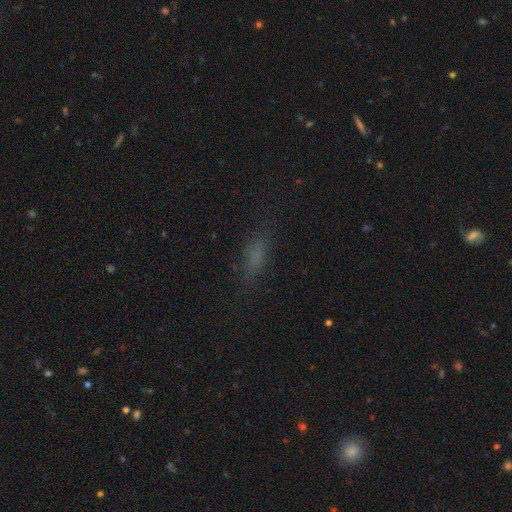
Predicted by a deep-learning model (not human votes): Smooth or featured?
  - smooth: 67% *
  - star or artifact: 19%
  - featured or disk: 14%
How rounded?
  - in between: 56% *
  - cigar-shaped: 39%
  - round: 4%
Merging?
  - none: 75% *
  - minor disturbance: 16%
  - major disturbance: 8%
  - merger: 2%